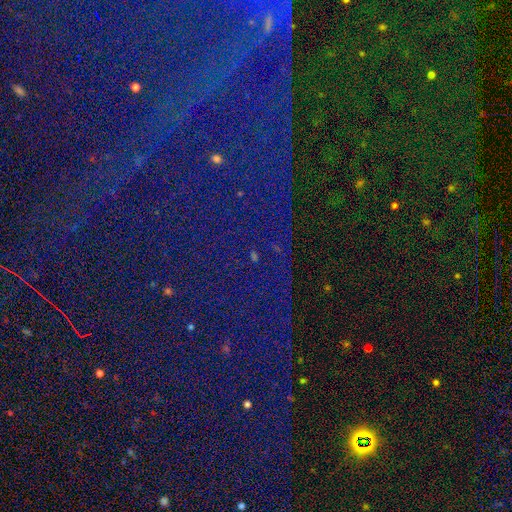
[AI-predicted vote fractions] This is clearly a star or artifact rather than a galaxy (87%).